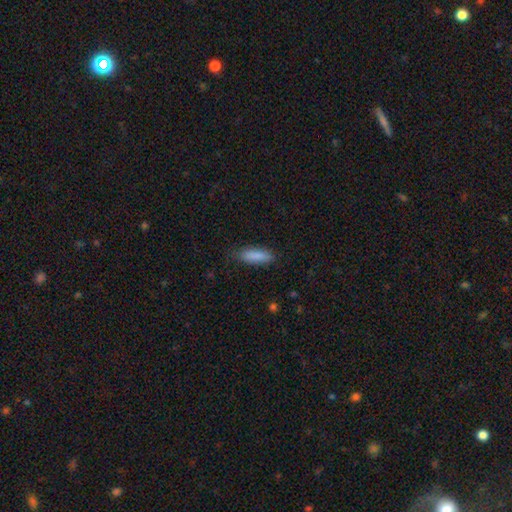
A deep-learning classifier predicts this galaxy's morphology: Smooth or featured? Predicted: smooth (p=0.87). How rounded? Predicted: in between (p=0.57). Merging? Predicted: none (p=0.80).